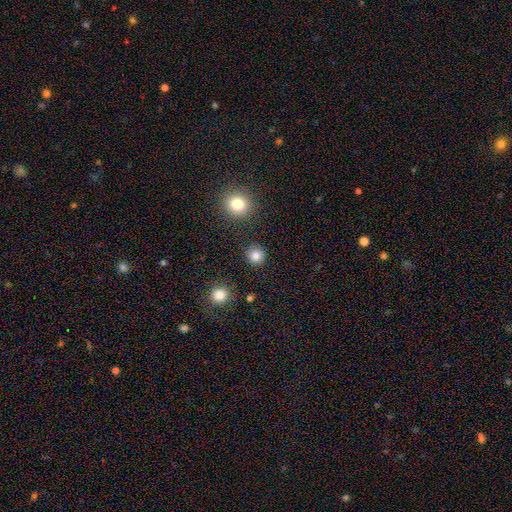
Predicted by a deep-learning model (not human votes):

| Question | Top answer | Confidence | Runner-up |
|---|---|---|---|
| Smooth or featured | smooth | 84% | star or artifact (12%) |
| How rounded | round | 92% | in between (7%) |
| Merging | none | 90% | minor disturbance (6%) |